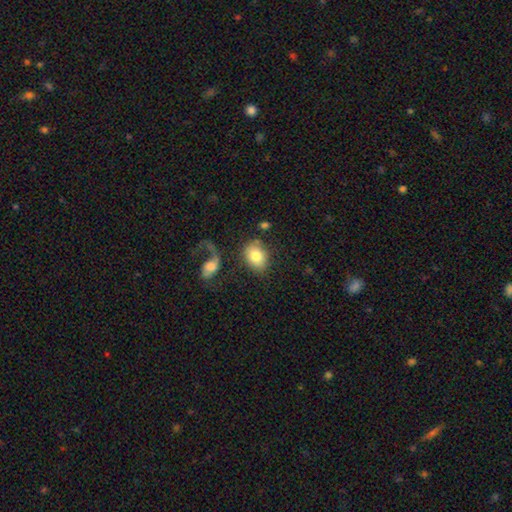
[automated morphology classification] A smooth galaxy with no disk features (78%) that is in between round and cigar-shaped (68%).

Vote fractions:
- Smooth or featured? smooth: 78% / featured or disk: 15% / star or artifact: 7%
- How rounded? in between: 68% / round: 31% / cigar-shaped: 1%
- Merging? none: 63% / minor disturbance: 15% / merger: 11% / major disturbance: 11%